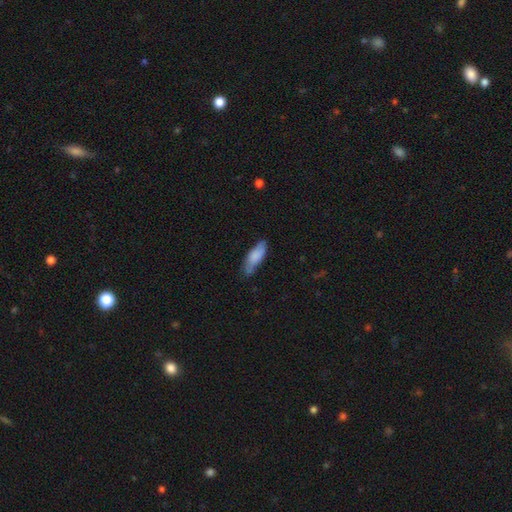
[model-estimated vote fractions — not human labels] A smooth galaxy with no disk features (78%) that is in between round and cigar-shaped (65%).

Vote fractions:
- Smooth or featured? smooth: 78% / featured or disk: 16% / star or artifact: 6%
- How rounded? in between: 65% / cigar-shaped: 33% / round: 2%
- Merging? none: 62% / minor disturbance: 29% / major disturbance: 6% / merger: 2%